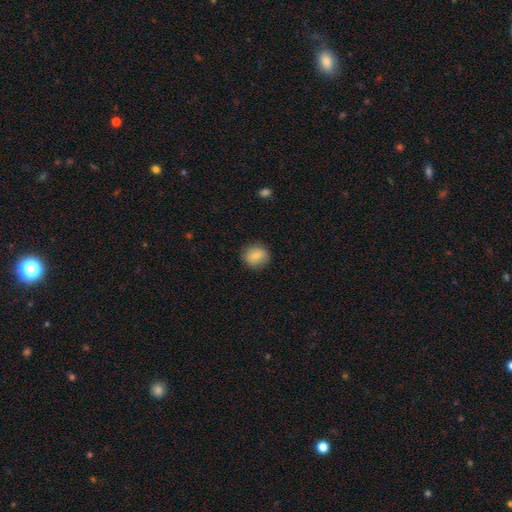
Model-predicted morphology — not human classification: smooth_or_featured: smooth (p=0.81) [alt: featured or disk p=0.11]
how_rounded: round (p=0.80) [alt: in between p=0.19]
merging: none (p=0.88) [alt: minor disturbance p=0.09]